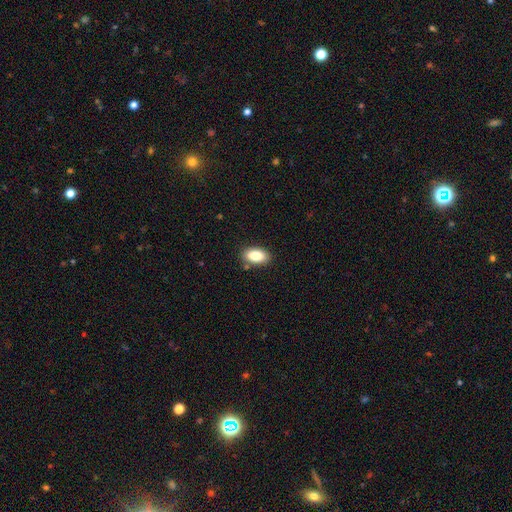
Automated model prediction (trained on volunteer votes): smooth_or_featured: smooth (p=0.84) [alt: featured or disk p=0.08]
how_rounded: in between (p=0.92) [alt: round p=0.05]
merging: none (p=0.86) [alt: minor disturbance p=0.10]